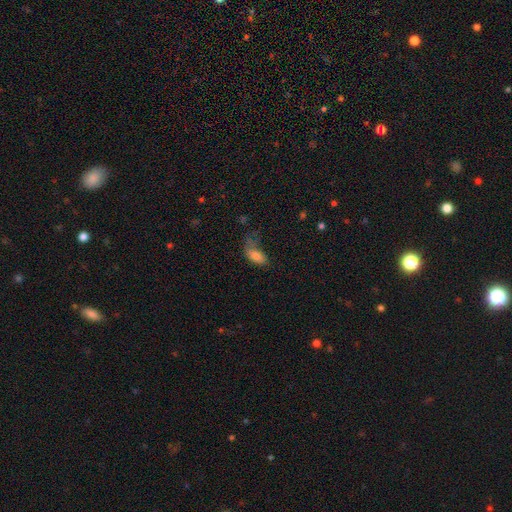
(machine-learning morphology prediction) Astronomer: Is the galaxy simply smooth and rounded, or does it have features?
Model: smooth — 78%.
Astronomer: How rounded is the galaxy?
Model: in between — 89%.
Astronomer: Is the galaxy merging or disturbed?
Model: major disturbance — 39% (runner-up: minor disturbance, 29%).